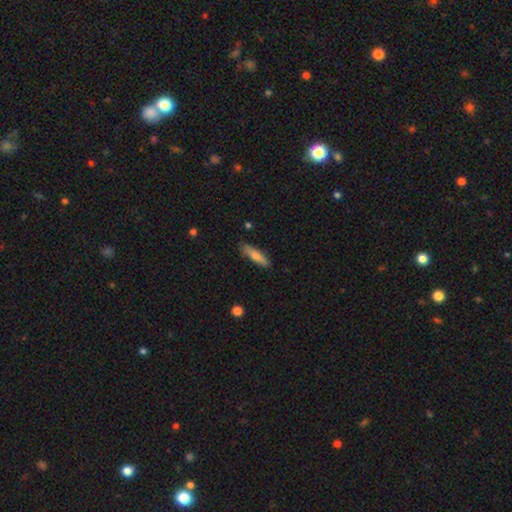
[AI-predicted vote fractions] Smooth or featured? Predicted: smooth (p=0.71). How rounded? Predicted: cigar-shaped (p=0.77). Merging? Predicted: none (p=0.86).